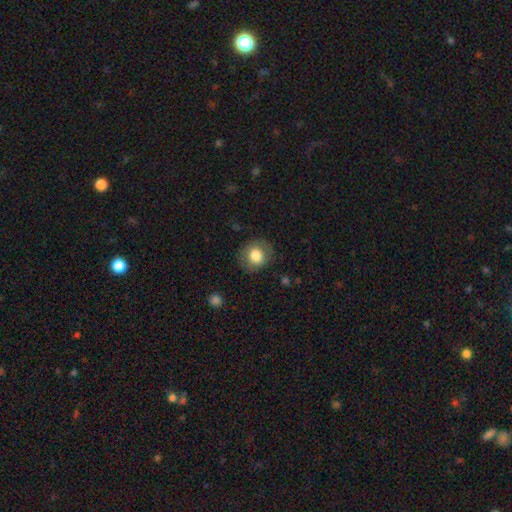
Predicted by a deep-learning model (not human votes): Smooth or featured? Predicted: smooth (p=0.79). How rounded? Predicted: round (p=0.78). Merging? Predicted: none (p=0.81).